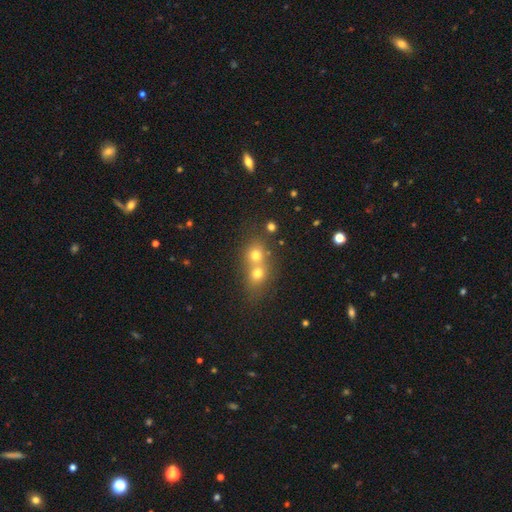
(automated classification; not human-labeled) smooth-or-featured: smooth: 56% | star or artifact: 26% | featured or disk: 18%
  how-rounded: round: 70% | in between: 27% | cigar-shaped: 3%
  merging: merger: 55% | none: 36% | minor disturbance: 6% | major disturbance: 3%